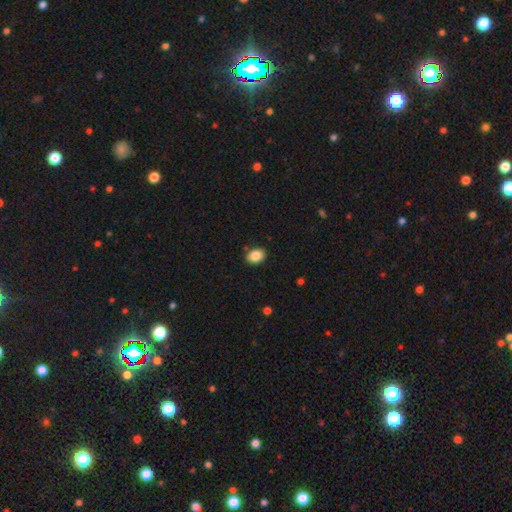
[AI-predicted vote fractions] Q: Smooth or featured?
A: smooth (87%); runner-up: star or artifact (8%)
Q: How rounded?
A: in between (74%); runner-up: round (25%)
Q: Merging?
A: none (86%); runner-up: minor disturbance (10%)